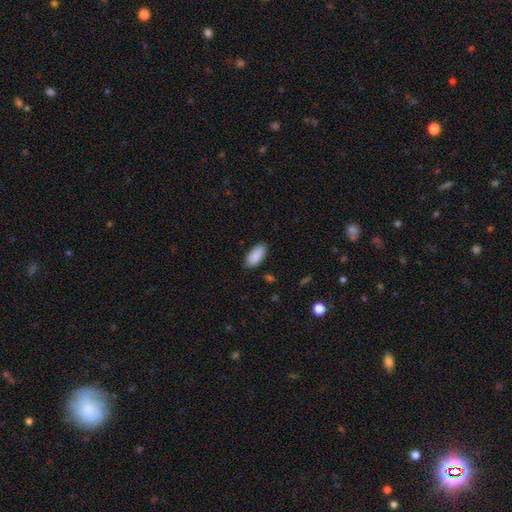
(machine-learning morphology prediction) The model was most divided on "merging": none: 87%, minor disturbance: 10%, major disturbance: 2%, merger: 1%. More confident: how rounded — in between (92%); smooth or featured — smooth (91%).